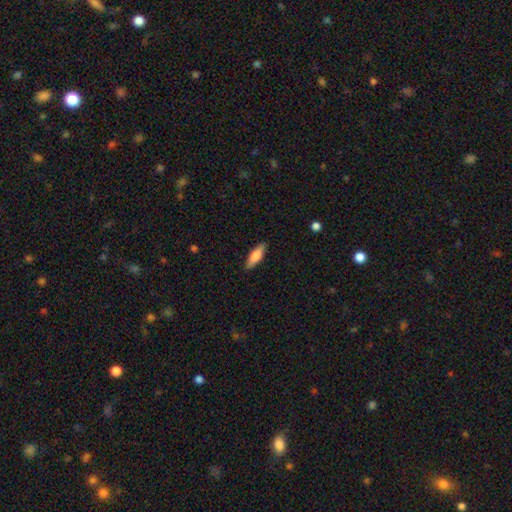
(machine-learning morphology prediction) A smooth galaxy with no disk features (75%) that is in between round and cigar-shaped (50%).

Vote fractions:
- Smooth or featured? smooth: 75% / featured or disk: 19% / star or artifact: 6%
- How rounded? in between: 50% / cigar-shaped: 48% / round: 2%
- Merging? none: 88% / minor disturbance: 9% / major disturbance: 2% / merger: 1%